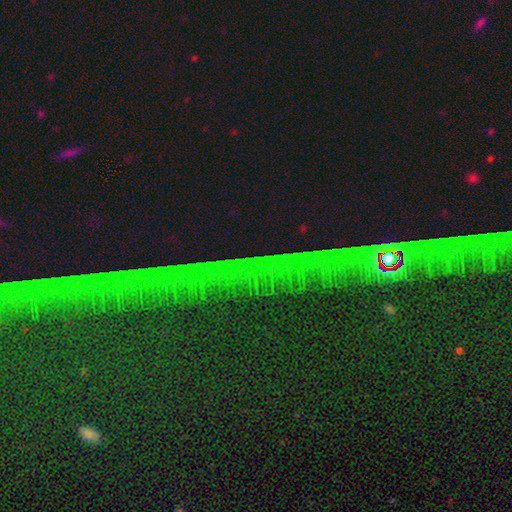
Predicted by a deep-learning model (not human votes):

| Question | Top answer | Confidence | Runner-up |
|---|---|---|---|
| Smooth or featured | star or artifact | 81% | featured or disk (9%) |